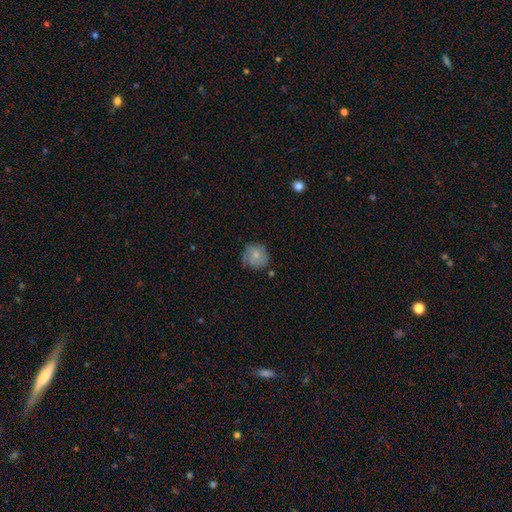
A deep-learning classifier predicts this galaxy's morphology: smooth_or_featured: smooth (p=0.71) [alt: featured or disk p=0.21]
how_rounded: round (p=0.84) [alt: in between p=0.15]
merging: none (p=0.66) [alt: minor disturbance p=0.25]